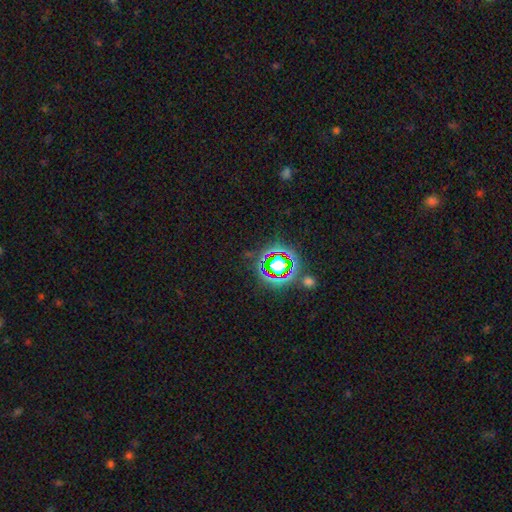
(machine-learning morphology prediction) Smooth or featured: star or artifact — 76% (smooth — 14%)